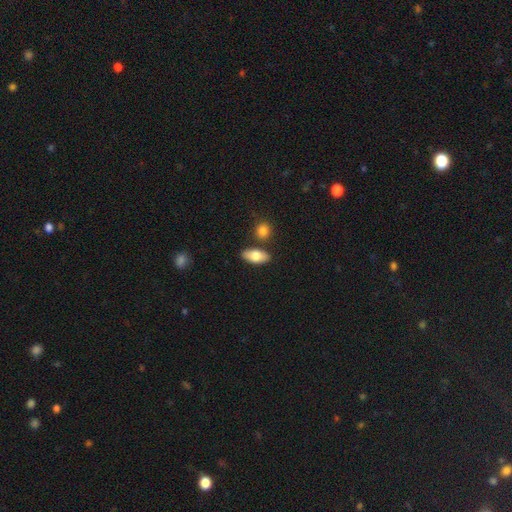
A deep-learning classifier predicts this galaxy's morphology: Smooth or featured?
  - smooth: 78% *
  - featured or disk: 16%
  - star or artifact: 6%
How rounded?
  - in between: 88% *
  - cigar-shaped: 8%
  - round: 4%
Merging?
  - none: 79% *
  - minor disturbance: 10%
  - merger: 9%
  - major disturbance: 2%